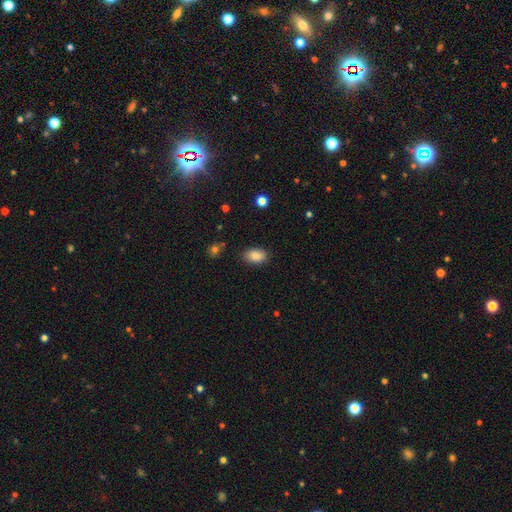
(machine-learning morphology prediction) smooth-or-featured: smooth: 88% | star or artifact: 8% | featured or disk: 4%
  how-rounded: in between: 90% | round: 9% | cigar-shaped: 1%
  merging: none: 85% | minor disturbance: 11% | major disturbance: 3% | merger: 1%